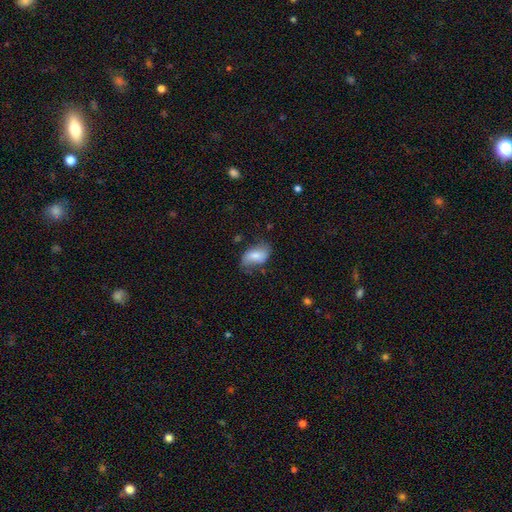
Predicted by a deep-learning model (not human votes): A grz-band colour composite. It shows a smooth galaxy with no disk features (66%) that is in between round and cigar-shaped (91%). Merging: none (56%).